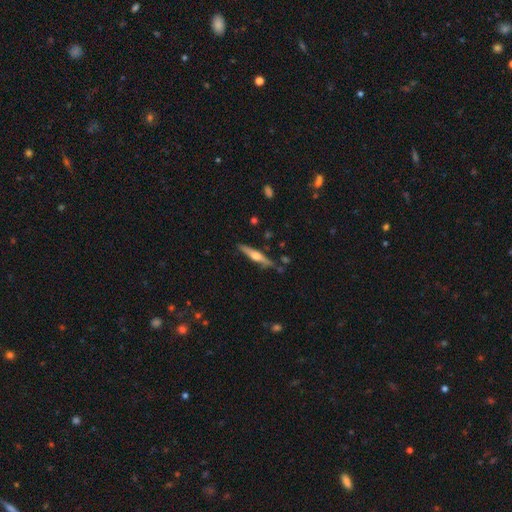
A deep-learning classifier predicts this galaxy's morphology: Smooth or featured? featured or disk (64%)
Edge-on disk? yes (96%)
Edge-on bulge? rounded (90%)
Merging? none (81%)